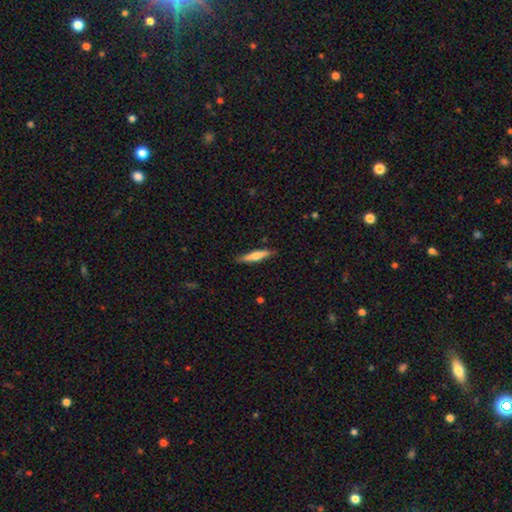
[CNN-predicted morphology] A smooth galaxy with no disk features (59%) that is cigar-shaped (83%).

Vote fractions:
- Smooth or featured? smooth: 59% / featured or disk: 35% / star or artifact: 6%
- How rounded? cigar-shaped: 83% / in between: 15% / round: 2%
- Merging? none: 86% / minor disturbance: 11% / major disturbance: 2% / merger: 1%